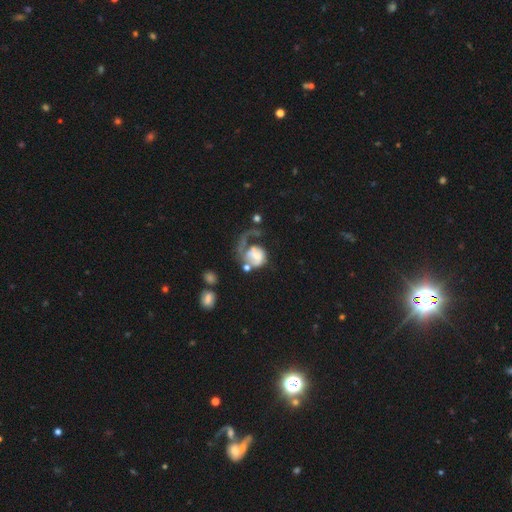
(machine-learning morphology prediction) Q: Smooth or featured?
A: featured or disk (62%); runner-up: smooth (30%)
Q: Edge-on disk?
A: no (98%); runner-up: yes (2%)
Q: Bar?
A: no (66%); runner-up: weak (27%)
Q: Spiral arms?
A: yes (75%); runner-up: no (25%)
Q: Bulge size?
A: small (34%); runner-up: moderate (31%)
Q: Merging?
A: major disturbance (54%); runner-up: none (21%)